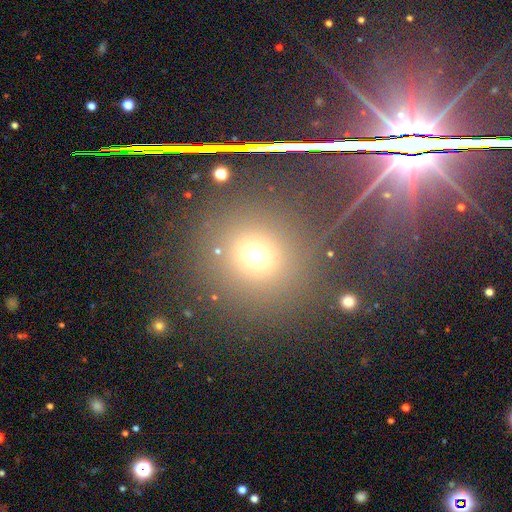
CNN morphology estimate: smooth 56%, star or artifact 34%, featured or disk 9%. Down the decision tree: how rounded — round (89%); merging — none (84%).